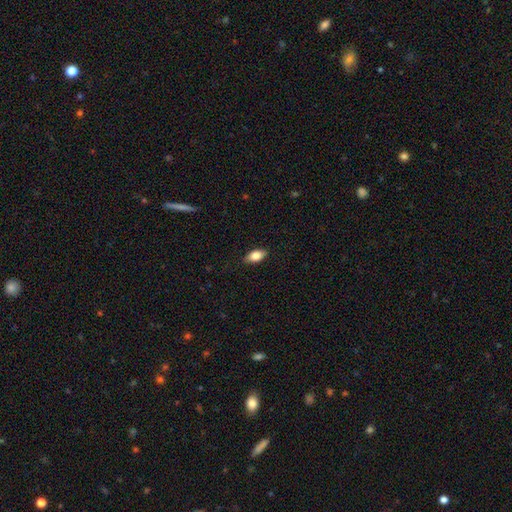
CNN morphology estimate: The model was most divided on "smooth or featured": smooth: 79%, featured or disk: 14%, star or artifact: 7%. More confident: how rounded — in between (89%); merging — none (87%).